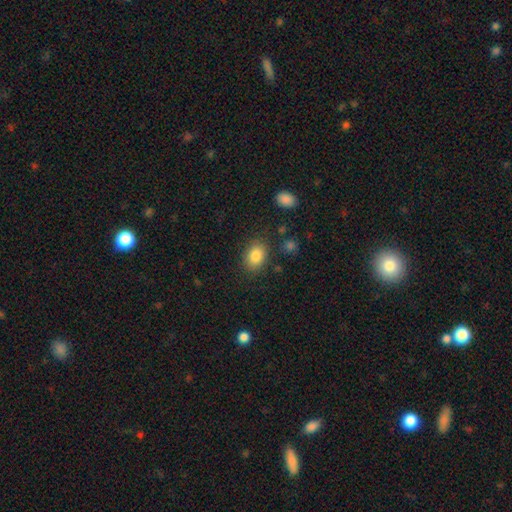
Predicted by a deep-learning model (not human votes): A smooth galaxy with no disk features (84%) that is in between round and cigar-shaped (70%).

Vote fractions:
- Smooth or featured? smooth: 84% / star or artifact: 9% / featured or disk: 7%
- How rounded? in between: 70% / round: 29% / cigar-shaped: 1%
- Merging? none: 83% / minor disturbance: 11% / major disturbance: 4% / merger: 2%